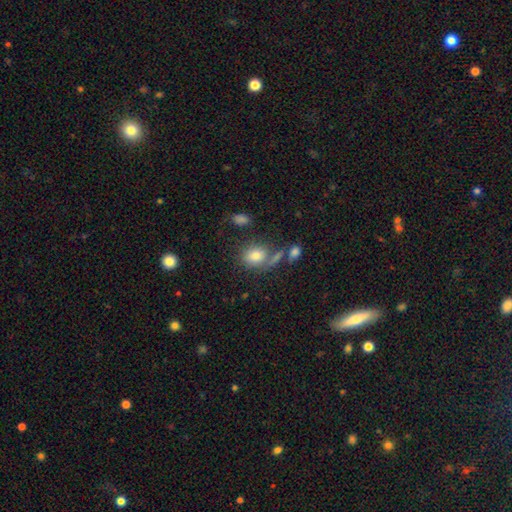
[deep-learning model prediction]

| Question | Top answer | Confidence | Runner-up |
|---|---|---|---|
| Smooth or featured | smooth | 77% | featured or disk (12%) |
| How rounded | in between | 56% | round (42%) |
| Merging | none | 55% | merger (19%) |